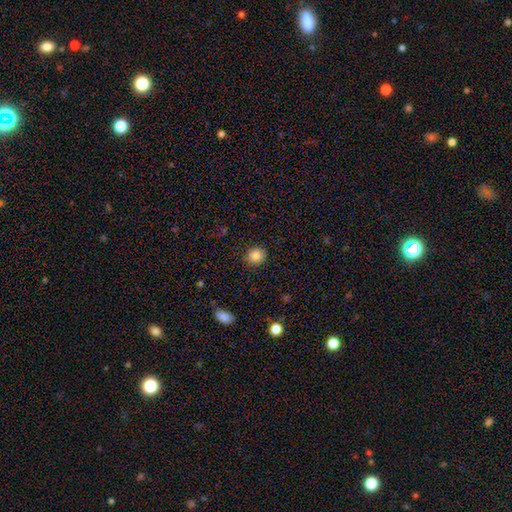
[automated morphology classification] This appears to be a smooth galaxy with no disk features (86%) that is round (88%). Merging: none (89%).